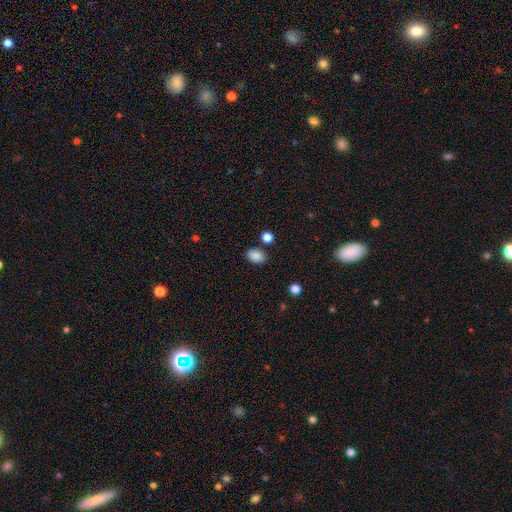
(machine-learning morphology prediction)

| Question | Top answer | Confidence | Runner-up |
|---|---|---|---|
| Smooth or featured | smooth | 88% | star or artifact (9%) |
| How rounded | in between | 78% | round (21%) |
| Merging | none | 82% | minor disturbance (10%) |